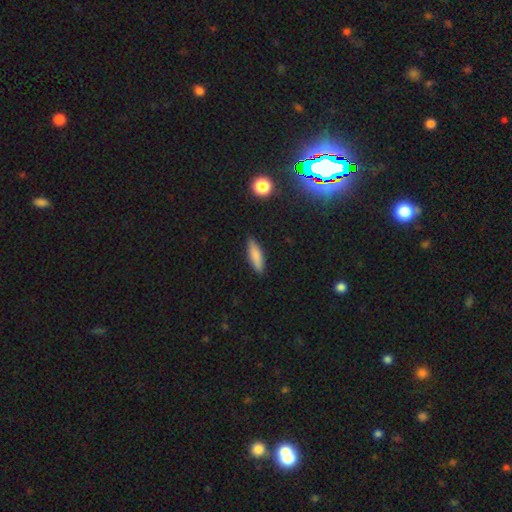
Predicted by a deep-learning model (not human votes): Smooth or featured: smooth — 82% (featured or disk — 11%)
How rounded: cigar-shaped — 60% (in between — 38%)
Merging: none — 85% (minor disturbance — 11%)